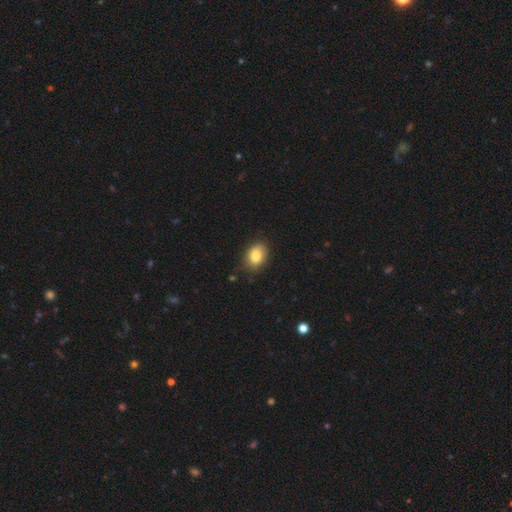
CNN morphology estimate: smooth_or_featured: smooth (p=0.84) [alt: star or artifact p=0.08]
how_rounded: in between (p=0.79) [alt: round p=0.20]
merging: none (p=0.81) [alt: minor disturbance p=0.15]